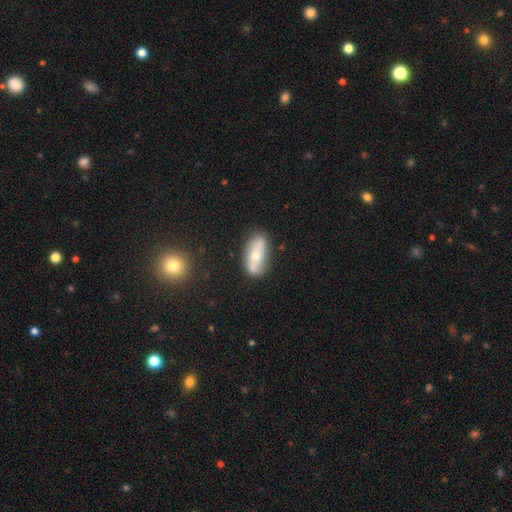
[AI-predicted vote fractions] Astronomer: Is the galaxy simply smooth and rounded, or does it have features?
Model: featured or disk — 47% (runner-up: smooth, 46%).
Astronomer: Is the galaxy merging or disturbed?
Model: none — 75%.